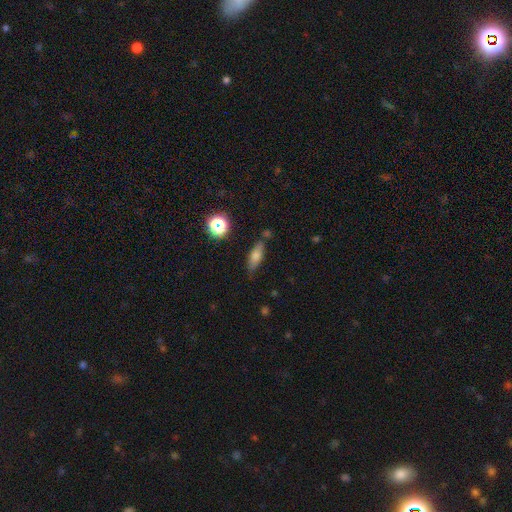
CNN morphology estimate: Smooth or featured? smooth (65%)
How rounded? in between (56%)
Merging? none (72%)